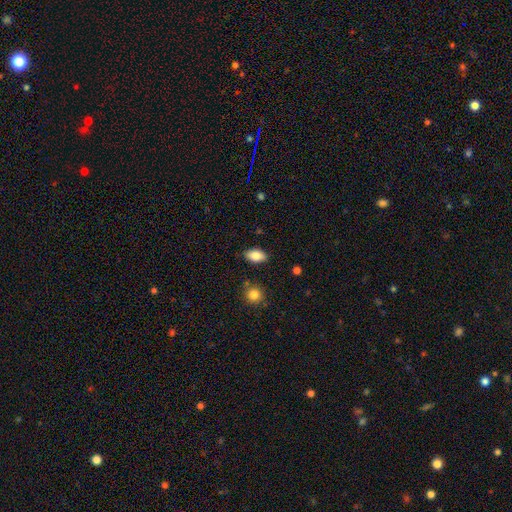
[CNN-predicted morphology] Smooth or featured: smooth — 84% (featured or disk — 9%)
How rounded: in between — 91% (round — 6%)
Merging: none — 85% (minor disturbance — 11%)